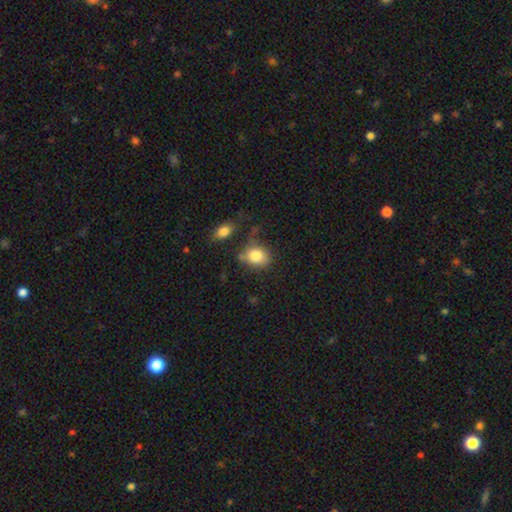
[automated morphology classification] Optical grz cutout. It shows a smooth galaxy with no disk features (83%) that is round (51%). Merging: none (59%).